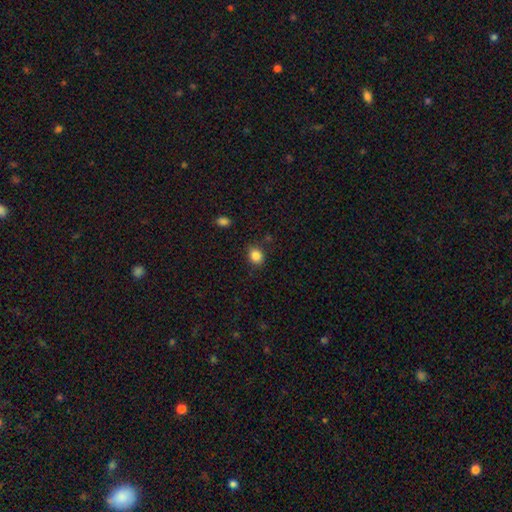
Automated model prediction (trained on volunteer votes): smooth_or_featured: smooth (p=0.85) [alt: star or artifact p=0.10]
how_rounded: round (p=0.59) [alt: in between p=0.40]
merging: none (p=0.83) [alt: minor disturbance p=0.12]